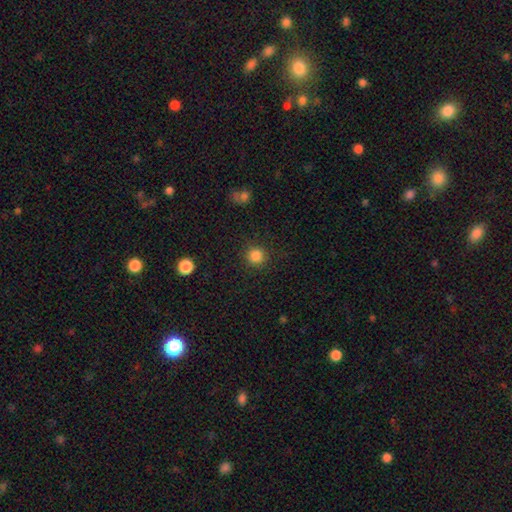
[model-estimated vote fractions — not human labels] Smooth or featured: smooth — 84% (star or artifact — 12%)
How rounded: round — 94% (in between — 5%)
Merging: none — 89% (minor disturbance — 7%)